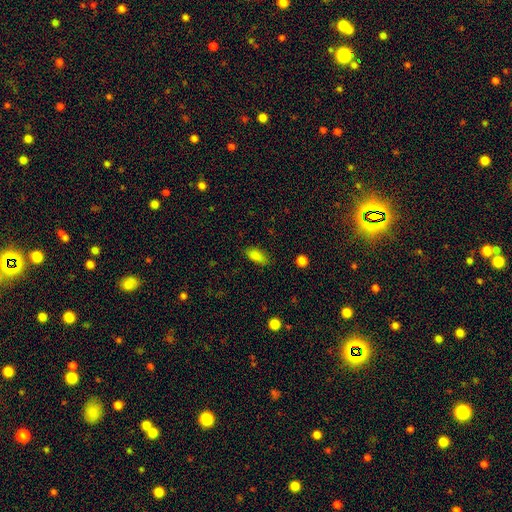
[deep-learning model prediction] Smooth or featured?
  - smooth: 84% *
  - star or artifact: 9%
  - featured or disk: 7%
How rounded?
  - in between: 80% *
  - cigar-shaped: 17%
  - round: 3%
Merging?
  - none: 80% *
  - minor disturbance: 15%
  - major disturbance: 3%
  - merger: 1%